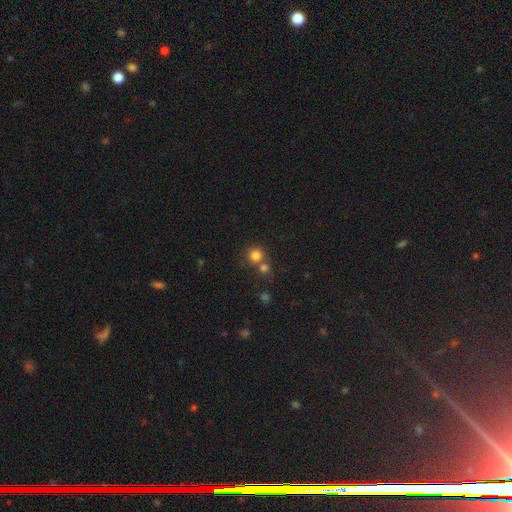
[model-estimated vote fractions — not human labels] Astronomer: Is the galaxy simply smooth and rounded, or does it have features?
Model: smooth — 79%.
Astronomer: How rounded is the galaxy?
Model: round — 91%.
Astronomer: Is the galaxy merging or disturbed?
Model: none — 58%.